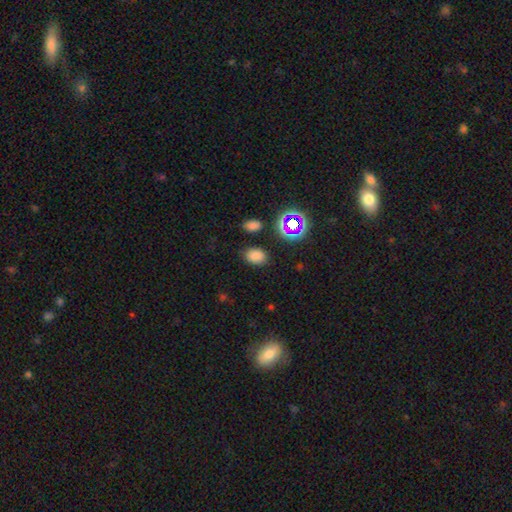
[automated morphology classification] This appears to be a smooth galaxy with no disk features (78%) that is in between round and cigar-shaped (77%). Merging: none (82%).